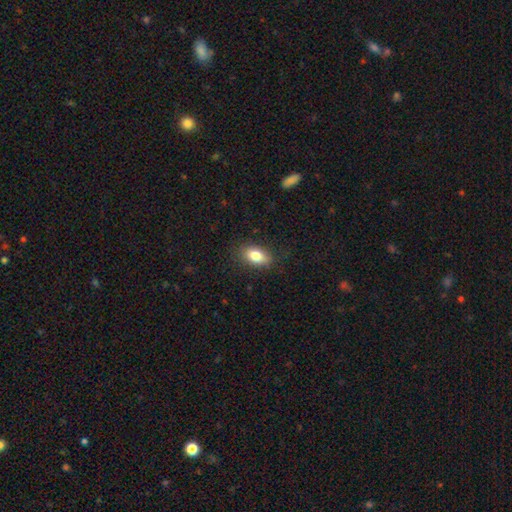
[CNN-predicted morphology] A smooth galaxy with no disk features (81%) that is in between round and cigar-shaped (86%).

Vote fractions:
- Smooth or featured? smooth: 81% / featured or disk: 11% / star or artifact: 8%
- How rounded? in between: 86% / round: 10% / cigar-shaped: 3%
- Merging? none: 82% / minor disturbance: 14% / major disturbance: 4% / merger: 1%